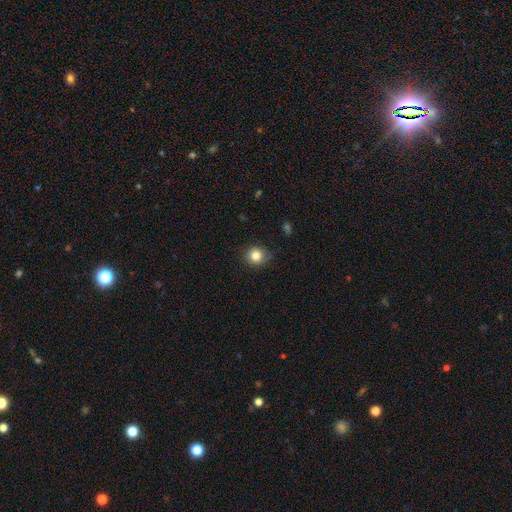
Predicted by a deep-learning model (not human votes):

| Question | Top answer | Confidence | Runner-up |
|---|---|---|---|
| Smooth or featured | smooth | 83% | star or artifact (11%) |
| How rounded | round | 84% | in between (15%) |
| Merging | none | 78% | minor disturbance (17%) |